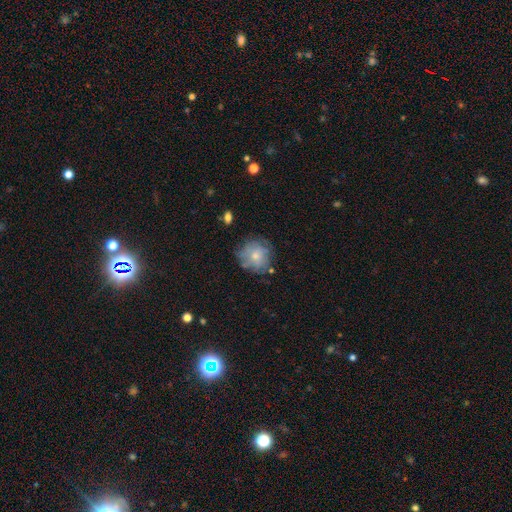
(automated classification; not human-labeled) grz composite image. It shows a smooth galaxy with no disk features (57%) that is round (85%). Merging: none (66%).